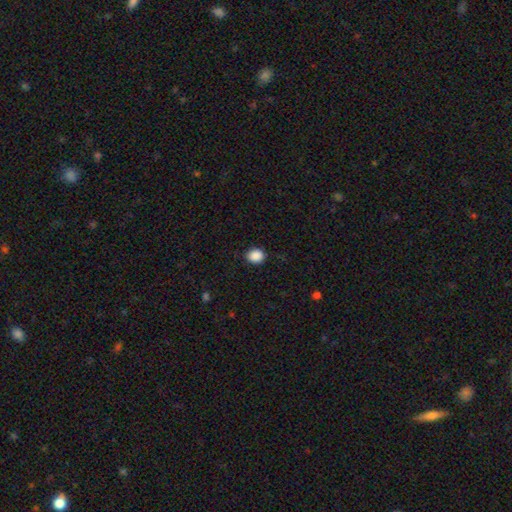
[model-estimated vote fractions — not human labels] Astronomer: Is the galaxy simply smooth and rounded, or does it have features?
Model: smooth — 89%.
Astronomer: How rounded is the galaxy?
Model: round — 68%.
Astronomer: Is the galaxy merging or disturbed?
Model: none — 87%.